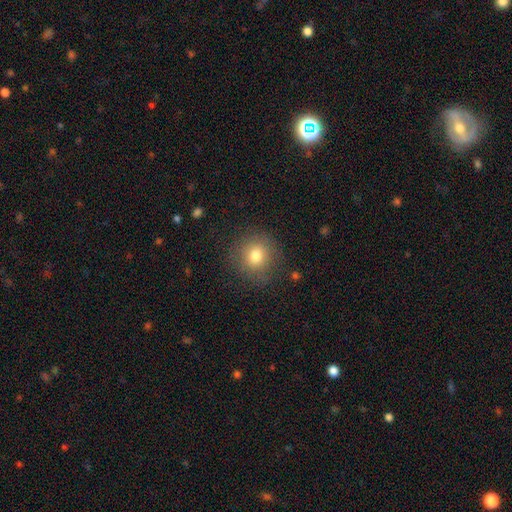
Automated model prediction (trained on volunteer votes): Smooth or featured? smooth (77%)
How rounded? round (90%)
Merging? none (85%)